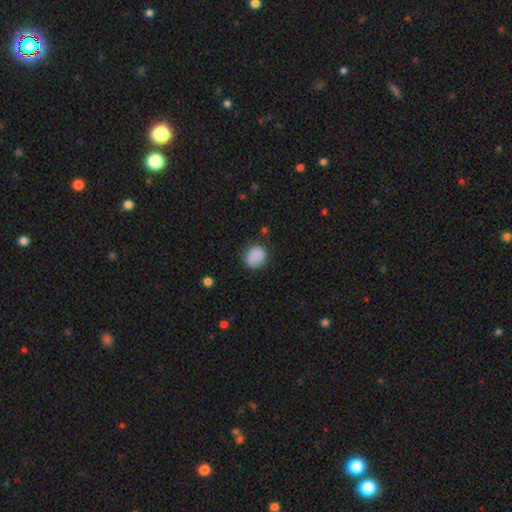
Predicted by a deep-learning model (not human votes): Smooth or featured? Predicted: smooth (p=0.87). How rounded? Predicted: round (p=0.70). Merging? Predicted: none (p=0.78).